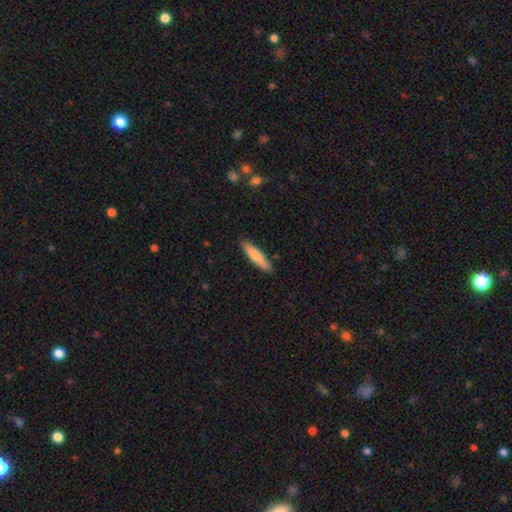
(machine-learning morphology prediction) Smooth or featured? Predicted: smooth (p=0.78). How rounded? Predicted: cigar-shaped (p=0.80). Merging? Predicted: none (p=0.88).